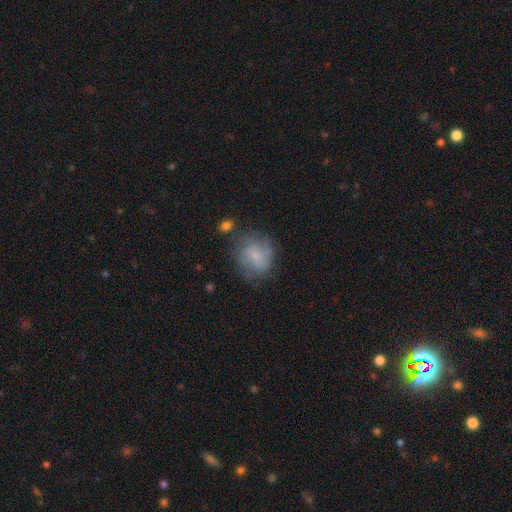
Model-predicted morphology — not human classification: This appears to be a smooth galaxy with no disk features (52%) that is round (65%). Merging: none (60%).